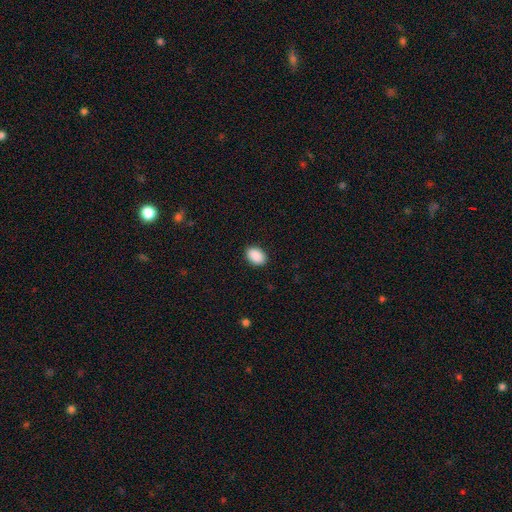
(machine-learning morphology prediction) smooth-or-featured: smooth: 91% | star or artifact: 7% | featured or disk: 2%
  how-rounded: in between: 85% | round: 14% | cigar-shaped: 1%
  merging: none: 90% | minor disturbance: 7% | major disturbance: 2% | merger: 1%